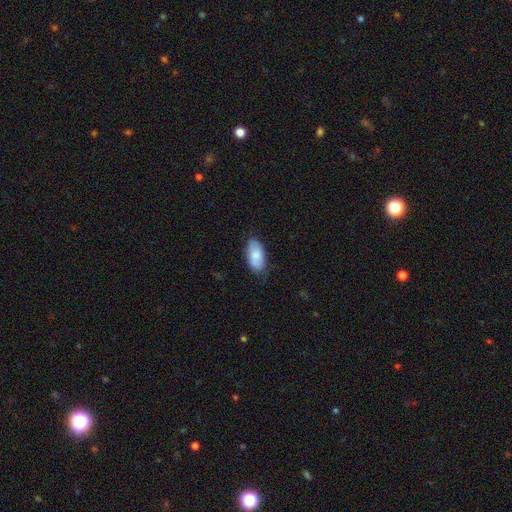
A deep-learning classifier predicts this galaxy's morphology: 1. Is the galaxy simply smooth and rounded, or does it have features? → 81% smooth, 13% featured or disk, 6% star or artifact.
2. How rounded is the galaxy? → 94% in between, 4% cigar-shaped, 3% round.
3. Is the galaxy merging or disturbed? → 73% none, 22% minor disturbance, 4% major disturbance, 1% merger.